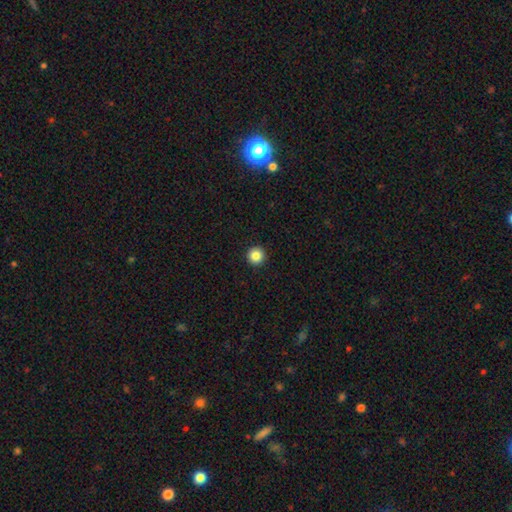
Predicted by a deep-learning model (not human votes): The model was most divided on "smooth or featured": smooth: 86%, star or artifact: 10%, featured or disk: 4%. More confident: how rounded — round (97%); merging — none (94%).